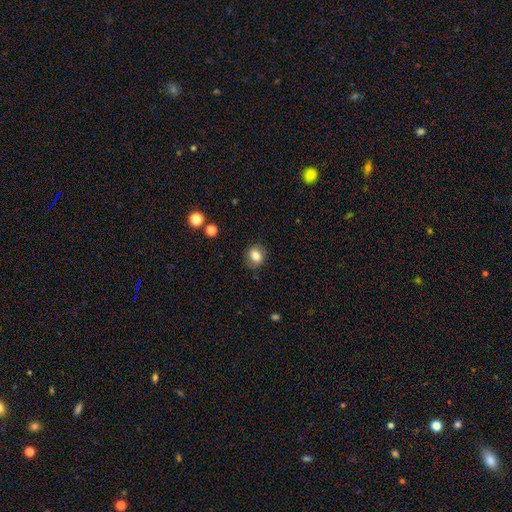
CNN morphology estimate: Q: Smooth or featured?
A: smooth (80%); runner-up: featured or disk (10%)
Q: How rounded?
A: round (60%); runner-up: in between (39%)
Q: Merging?
A: none (83%); runner-up: minor disturbance (12%)